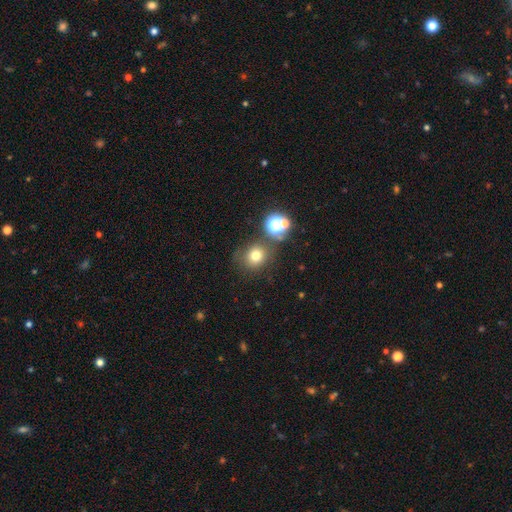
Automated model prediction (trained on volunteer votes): Morphology: type=smooth (71%); roundness=round (82%); merging=none (73%).